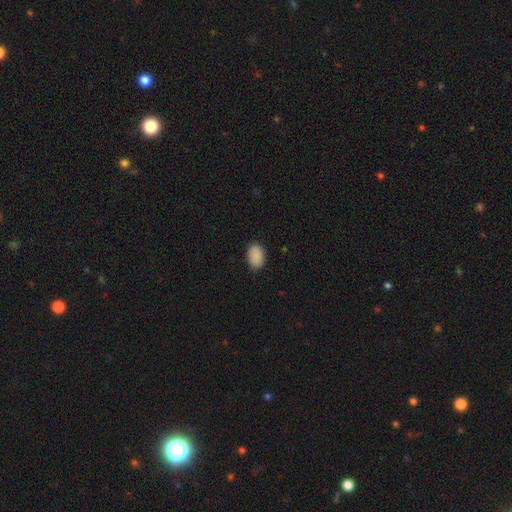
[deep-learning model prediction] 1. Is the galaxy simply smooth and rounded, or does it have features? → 89% smooth, 7% star or artifact, 3% featured or disk.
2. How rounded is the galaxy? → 86% in between, 13% round, 1% cigar-shaped.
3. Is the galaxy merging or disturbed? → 87% none, 10% minor disturbance, 2% major disturbance, 1% merger.